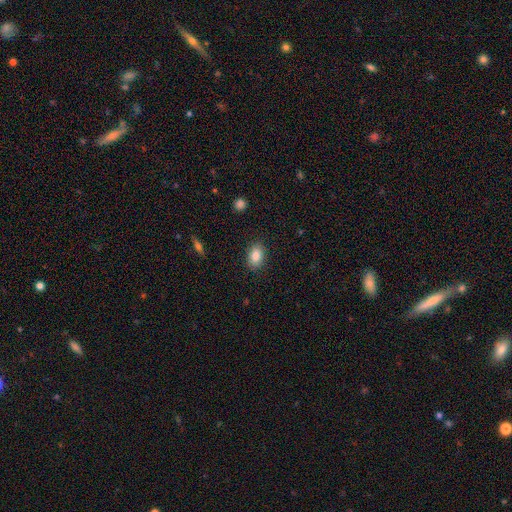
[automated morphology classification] smooth-or-featured: smooth: 86% | star or artifact: 8% | featured or disk: 6%
  how-rounded: in between: 83% | round: 16% | cigar-shaped: 1%
  merging: none: 87% | minor disturbance: 9% | major disturbance: 3% | merger: 1%